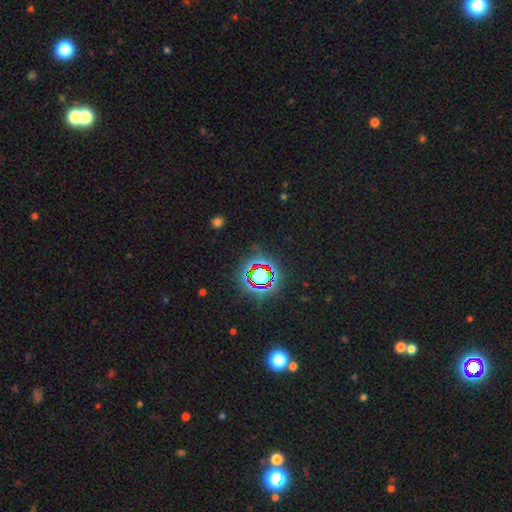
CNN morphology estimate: Smooth or featured?
  - star or artifact: 70% *
  - smooth: 19%
  - featured or disk: 11%